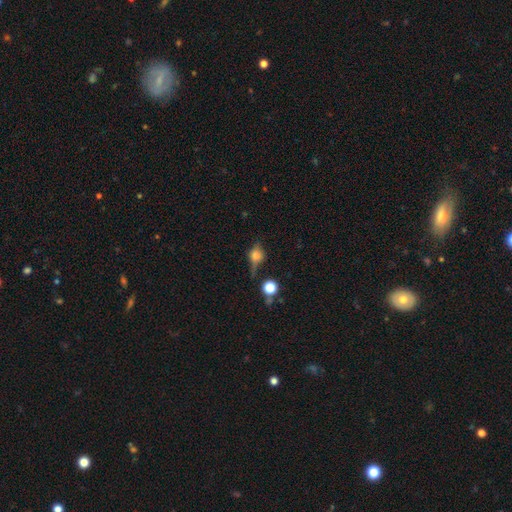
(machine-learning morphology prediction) Smooth or featured: smooth — 51% (featured or disk — 34%)
How rounded: round — 58% (in between — 35%)
Merging: none — 55% (minor disturbance — 25%)